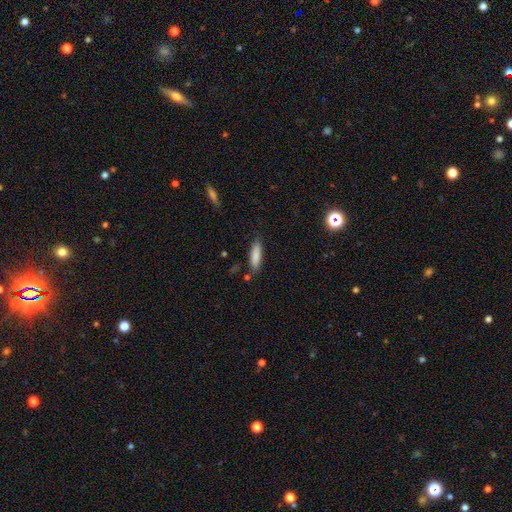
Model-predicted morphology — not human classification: type=smooth (83%); roundness=cigar-shaped (68%); merging=none (80%).